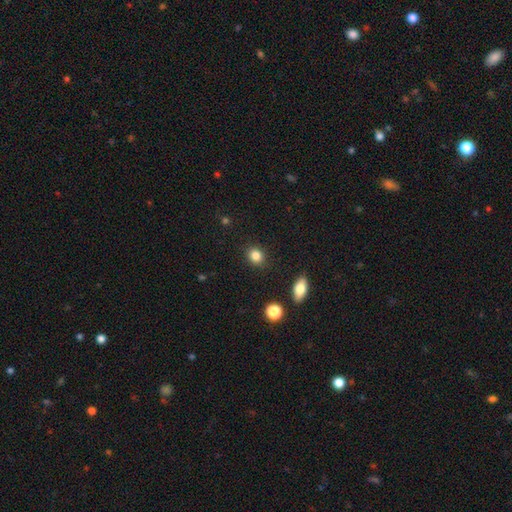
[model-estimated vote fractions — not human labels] A smooth galaxy with no disk features (85%) that is round (71%).

Vote fractions:
- Smooth or featured? smooth: 85% / star or artifact: 10% / featured or disk: 5%
- How rounded? round: 71% / in between: 28% / cigar-shaped: 1%
- Merging? none: 89% / minor disturbance: 7% / major disturbance: 2% / merger: 2%